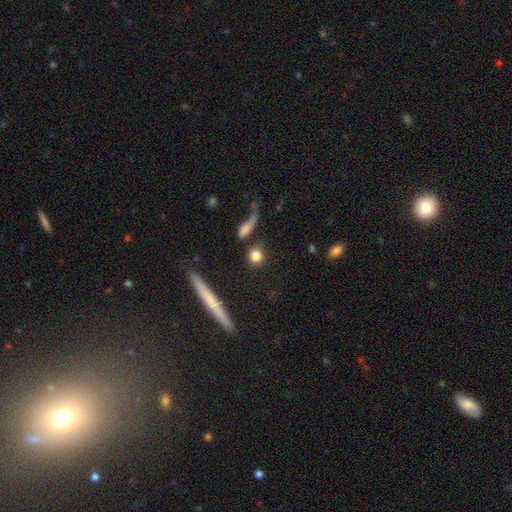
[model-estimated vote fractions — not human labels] The model was most divided on "how rounded": round: 81%, in between: 13%, cigar-shaped: 5%. More confident: smooth or featured — smooth (81%); merging — none (77%).